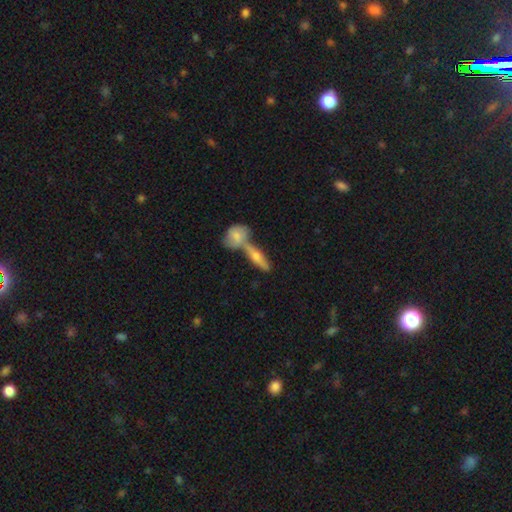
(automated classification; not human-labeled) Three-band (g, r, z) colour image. It shows a featured or disk galaxy (50%). Merging: none (46%).